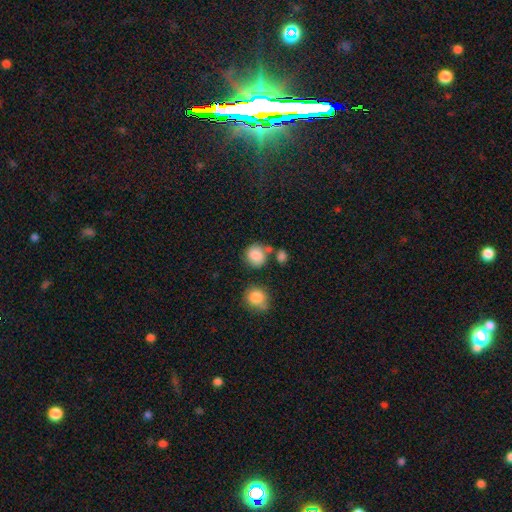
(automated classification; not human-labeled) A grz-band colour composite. It shows a smooth galaxy with no disk features (84%) that is round (81%). Merging: none (61%).